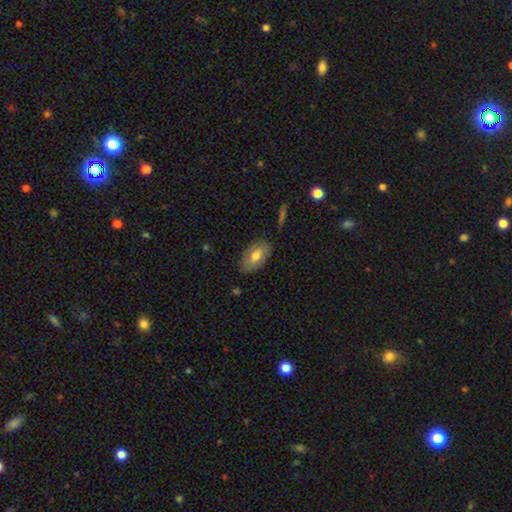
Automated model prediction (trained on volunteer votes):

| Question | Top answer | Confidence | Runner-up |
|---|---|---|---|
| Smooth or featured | smooth | 62% | featured or disk (31%) |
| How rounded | in between | 92% | round (6%) |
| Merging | none | 79% | minor disturbance (16%) |